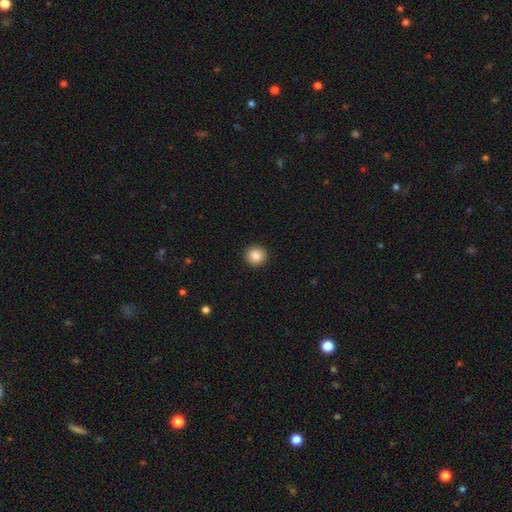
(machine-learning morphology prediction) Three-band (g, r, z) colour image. It shows a smooth galaxy with no disk features (86%) that is round (93%). Merging: none (93%).